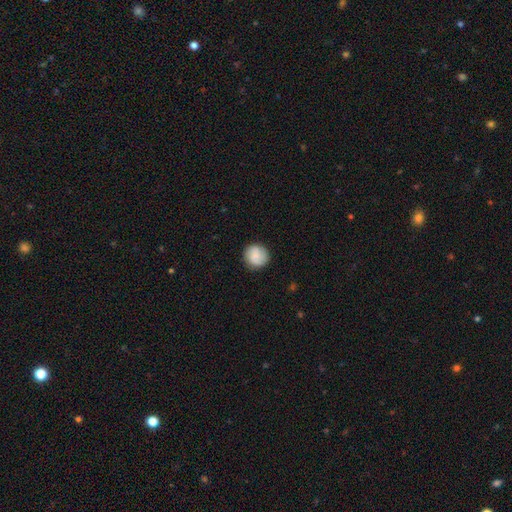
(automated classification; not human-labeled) Smooth or featured?
  - smooth: 82% *
  - featured or disk: 11%
  - star or artifact: 7%
How rounded?
  - round: 92% *
  - in between: 7%
  - cigar-shaped: 1%
Merging?
  - none: 88% *
  - minor disturbance: 9%
  - major disturbance: 2%
  - merger: 1%